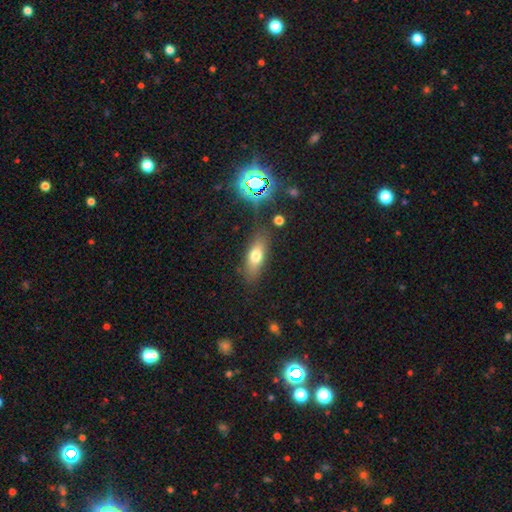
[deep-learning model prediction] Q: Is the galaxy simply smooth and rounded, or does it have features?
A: smooth — 67%.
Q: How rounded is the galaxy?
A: in between — 67%.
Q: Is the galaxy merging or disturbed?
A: none — 79%.